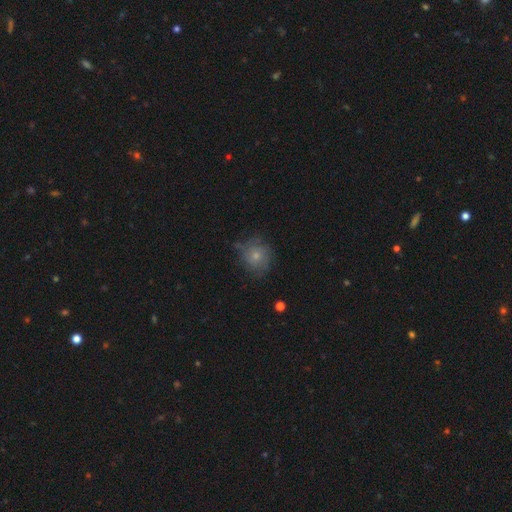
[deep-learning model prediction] Morphology: type=smooth (59%); roundness=round (84%); merging=none (63%).